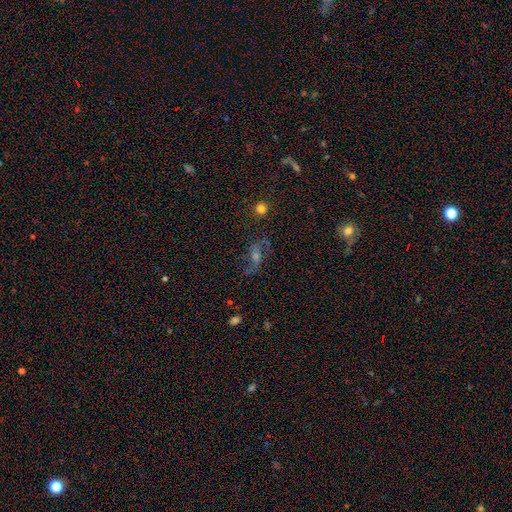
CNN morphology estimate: Smooth or featured: featured or disk — 65% (star or artifact — 19%)
Edge-on disk: no — 92% (yes — 8%)
Bar: no — 49% (weak — 38%)
Spiral arms: yes — 87% (no — 13%)
Spiral winding: loose — 59% (medium — 32%)
Spiral arm count: 2 — 85% (can't tell — 6%)
Bulge size: moderate — 52% (small — 29%)
Merging: none — 69% (minor disturbance — 16%)